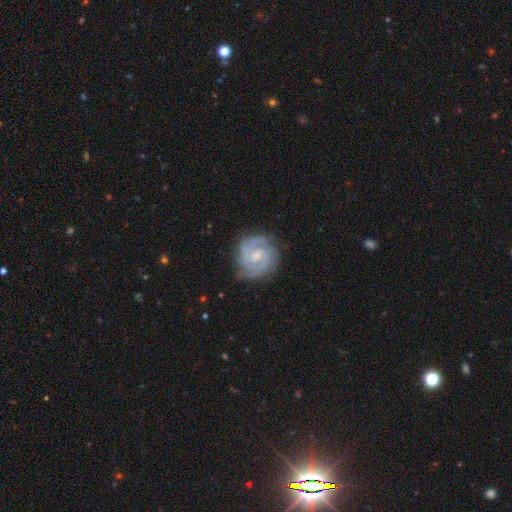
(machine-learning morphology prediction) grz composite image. It shows a featured or disk galaxy (87%) with no bar (61%), 2 (33%) tight (67%) spiral arms (97%) and a small central bulge (69%). Merging: none (77%).